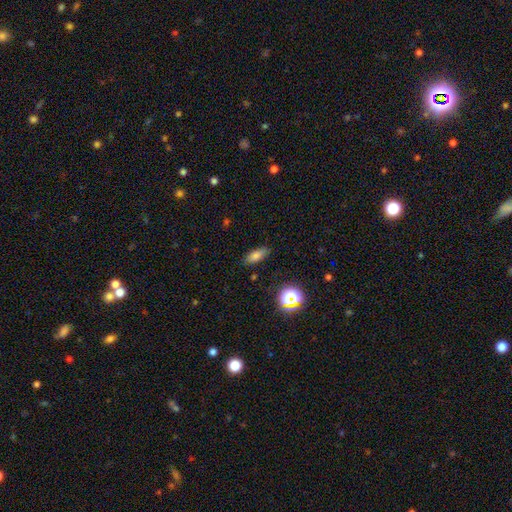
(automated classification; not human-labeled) Morphology: type=smooth (76%); roundness=in between (75%); merging=none (85%).